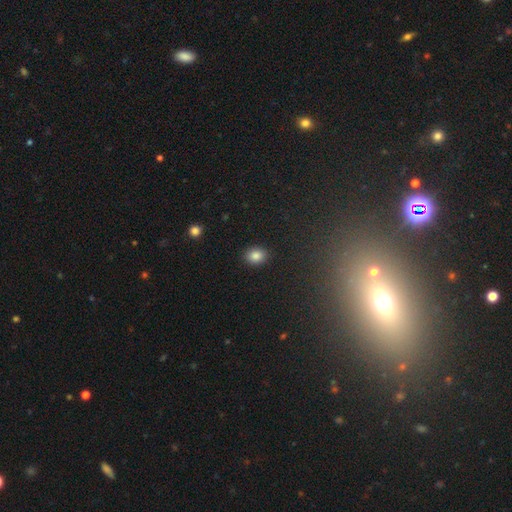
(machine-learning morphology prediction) The model was most divided on "how rounded": in between: 50%, round: 49%, cigar-shaped: 1%. More confident: merging — none (89%); smooth or featured — smooth (85%).